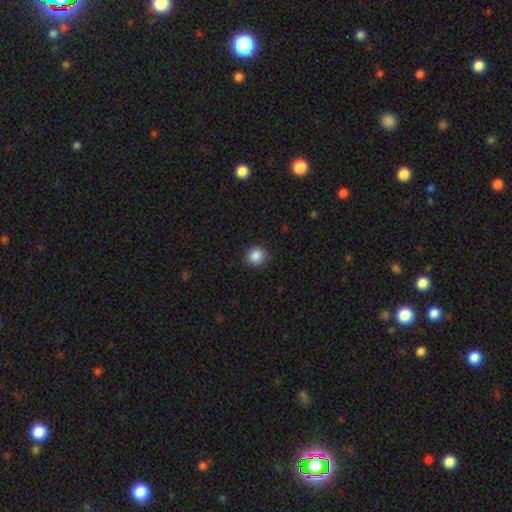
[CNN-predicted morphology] Q: Smooth or featured?
A: smooth (87%); runner-up: star or artifact (10%)
Q: How rounded?
A: round (93%); runner-up: in between (6%)
Q: Merging?
A: none (90%); runner-up: minor disturbance (7%)